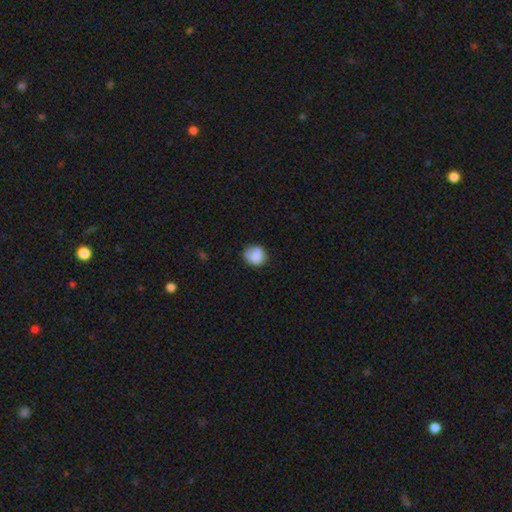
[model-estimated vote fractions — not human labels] Smooth or featured? smooth (81%)
How rounded? round (74%)
Merging? none (61%)